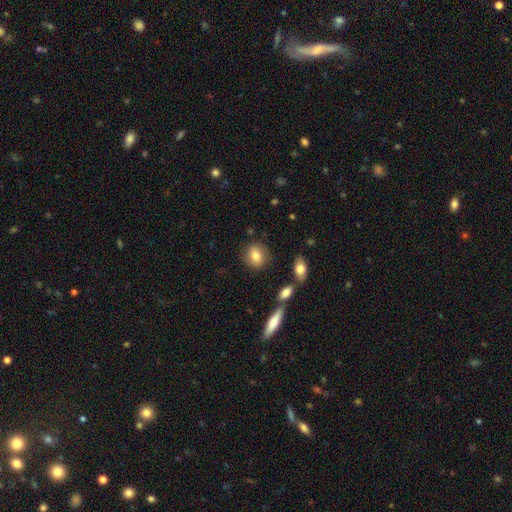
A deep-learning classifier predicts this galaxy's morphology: This appears to be a smooth galaxy with no disk features (81%) that is round (61%). Merging: none (85%).